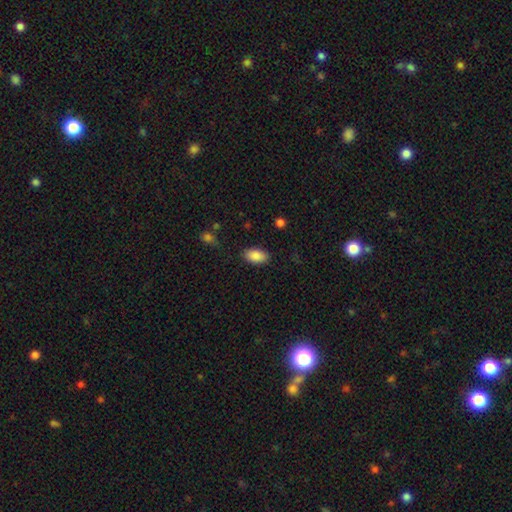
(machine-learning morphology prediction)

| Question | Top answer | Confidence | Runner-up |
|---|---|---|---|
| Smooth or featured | smooth | 88% | star or artifact (7%) |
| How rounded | in between | 94% | round (4%) |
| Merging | none | 85% | minor disturbance (11%) |